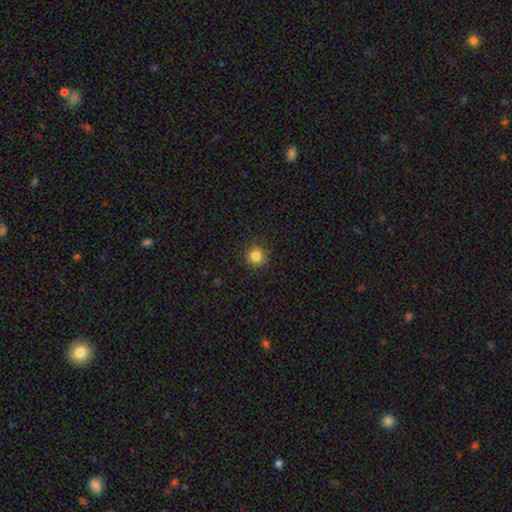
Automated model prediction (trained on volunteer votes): Morphology: type=smooth (83%); roundness=round (93%); merging=none (88%).